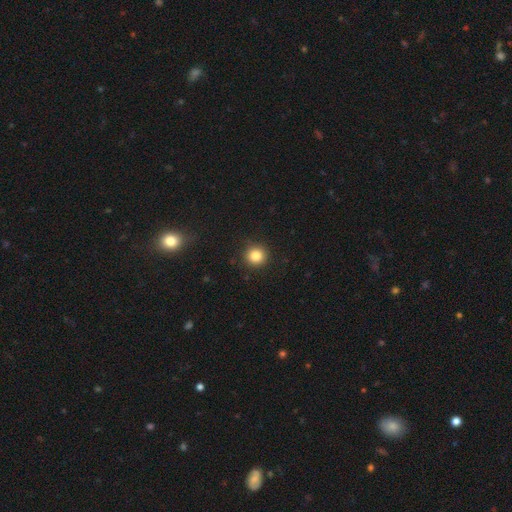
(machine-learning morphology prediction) The model was most divided on "smooth or featured": smooth: 85%, star or artifact: 11%, featured or disk: 4%. More confident: how rounded — round (94%); merging — none (91%).